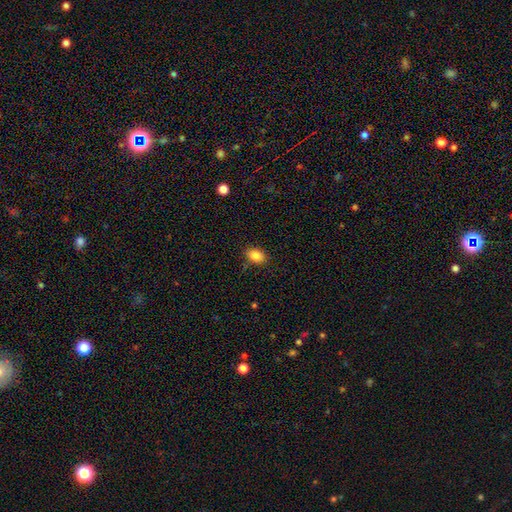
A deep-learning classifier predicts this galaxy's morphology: type=smooth (85%); roundness=in between (83%); merging=none (84%).